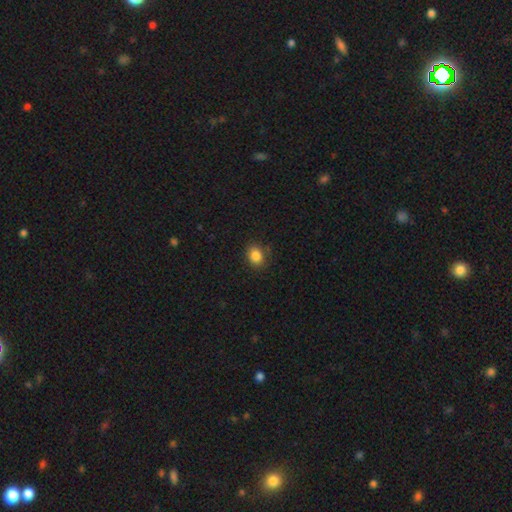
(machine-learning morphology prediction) Smooth or featured?
  - smooth: 85% *
  - star or artifact: 10%
  - featured or disk: 5%
How rounded?
  - in between: 53% *
  - round: 46%
  - cigar-shaped: 1%
Merging?
  - none: 83% *
  - minor disturbance: 13%
  - major disturbance: 3%
  - merger: 1%